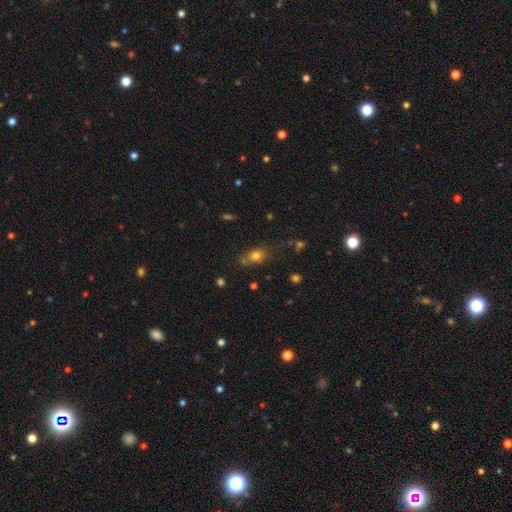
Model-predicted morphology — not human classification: smooth 75%, star or artifact 15%, featured or disk 10%. Down the decision tree: how rounded — in between (57%); merging — none (63%).